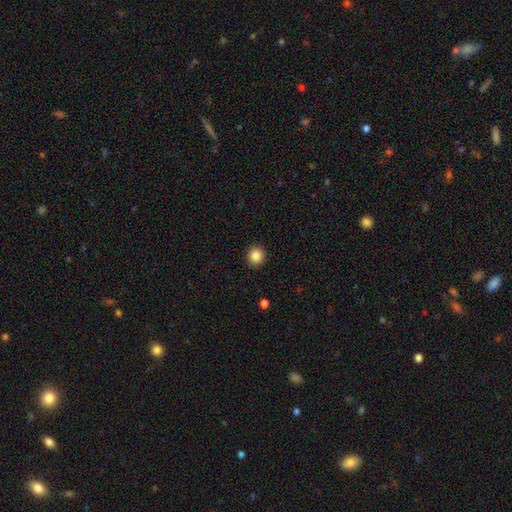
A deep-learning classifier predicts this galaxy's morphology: type=smooth (85%); roundness=round (92%); merging=none (93%).